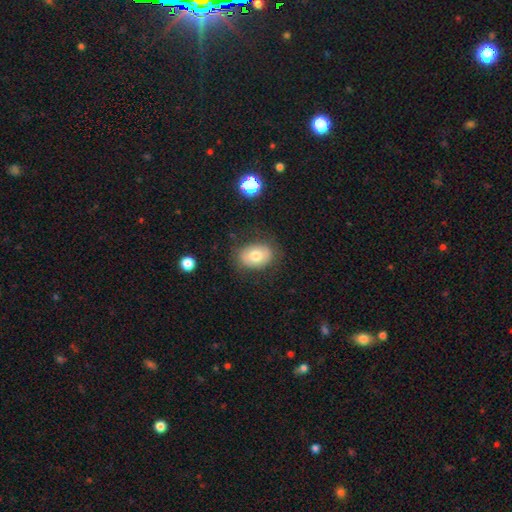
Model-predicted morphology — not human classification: A smooth galaxy with no disk features (72%) that is in between round and cigar-shaped (74%). Merging: none (80%).